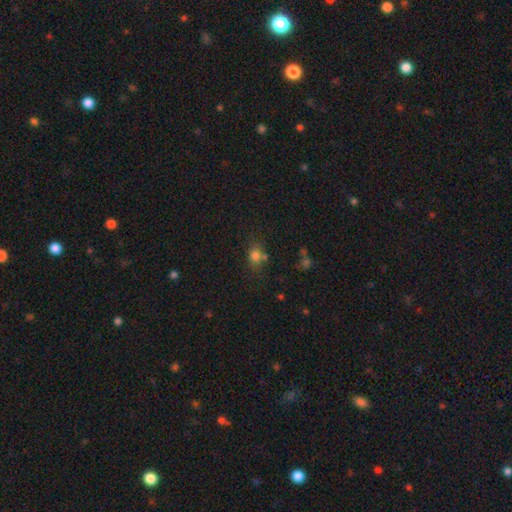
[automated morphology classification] This appears to be a smooth galaxy with no disk features (76%) that is in between round and cigar-shaped (50%). Merging: none (61%).